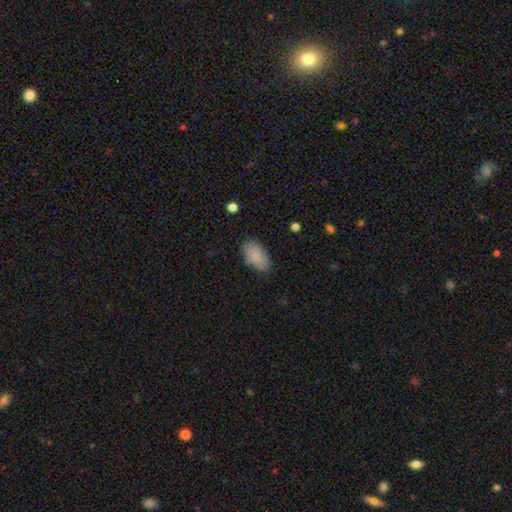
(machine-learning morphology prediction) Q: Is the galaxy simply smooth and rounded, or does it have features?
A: smooth — 85%.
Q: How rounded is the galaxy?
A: in between — 94%.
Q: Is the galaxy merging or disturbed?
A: none — 79%.